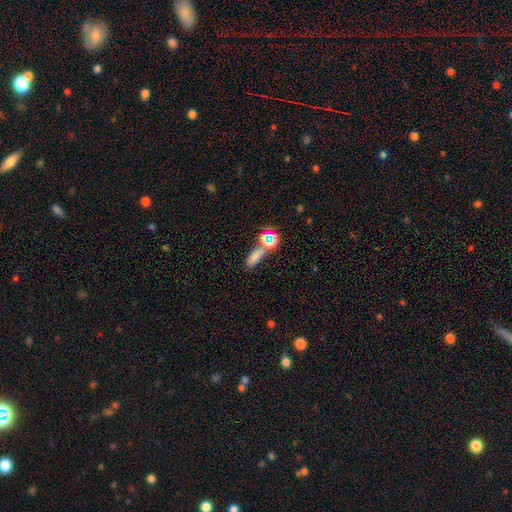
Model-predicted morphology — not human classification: Smooth or featured: smooth — 68% (star or artifact — 23%)
How rounded: in between — 52% (cigar-shaped — 36%)
Merging: none — 63% (merger — 19%)